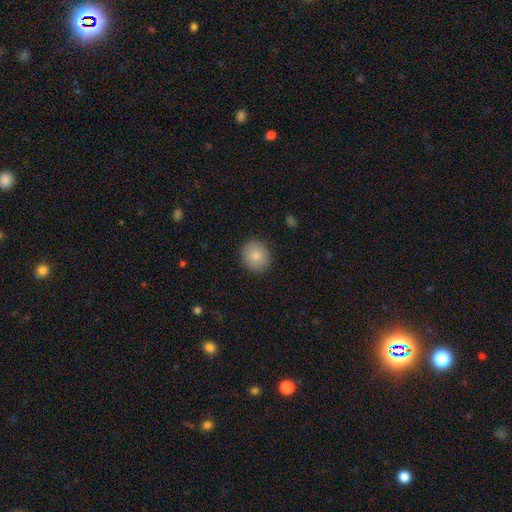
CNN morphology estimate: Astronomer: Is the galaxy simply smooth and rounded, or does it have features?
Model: smooth — 85%.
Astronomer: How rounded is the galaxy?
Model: round — 81%.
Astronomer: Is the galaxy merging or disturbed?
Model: none — 89%.